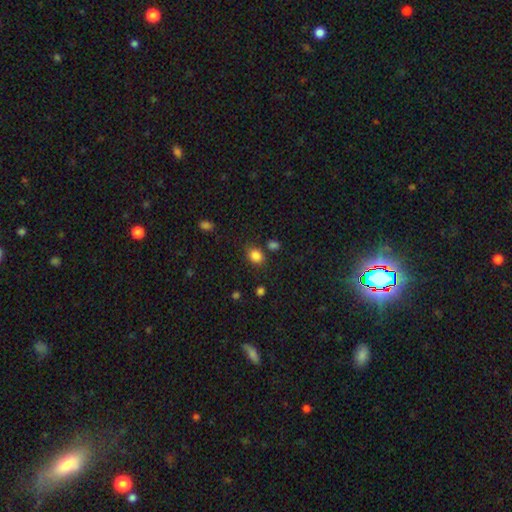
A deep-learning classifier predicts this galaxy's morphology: This is clearly a smooth galaxy (85%). How rounded: possibly round (52%). Merging: likely none (76%).